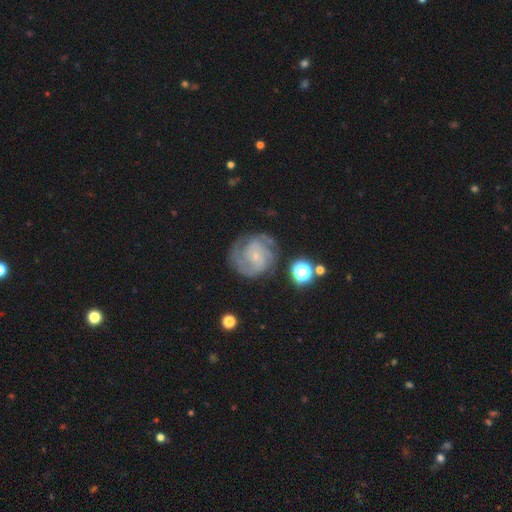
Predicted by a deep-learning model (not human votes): smooth-or-featured: featured or disk: 79% | smooth: 14% | star or artifact: 7%
  disk-edge-on: no: 98% | yes: 2%
    bar: no: 65% | weak: 29% | strong: 6%
    has-spiral-arms: yes: 93% | no: 7%
      spiral-winding: tight: 48% | medium: 41% | loose: 11%
      spiral-arm-count: 2: 34% | can't tell: 25% | 3: 24% | 4: 7% | 1: 5% | more than 4: 5%
    bulge-size: small: 78% | moderate: 10% | none: 9% | large: 2% | dominant: 1%
  merging: none: 69% | minor disturbance: 18% | major disturbance: 11% | merger: 3%